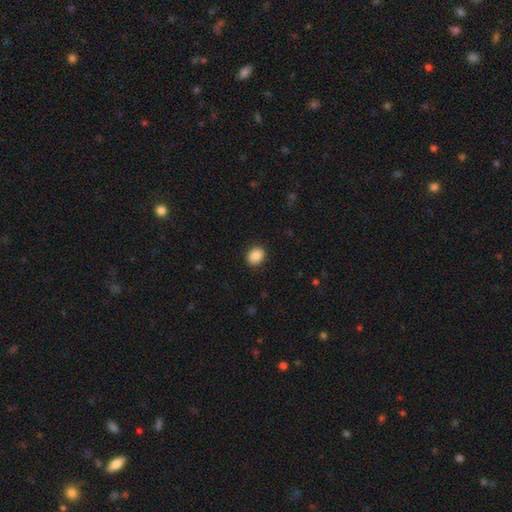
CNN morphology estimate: Smooth or featured?
  - smooth: 88% *
  - star or artifact: 8%
  - featured or disk: 4%
How rounded?
  - round: 51% *
  - in between: 48%
  - cigar-shaped: 1%
Merging?
  - none: 89% *
  - minor disturbance: 8%
  - major disturbance: 2%
  - merger: 1%